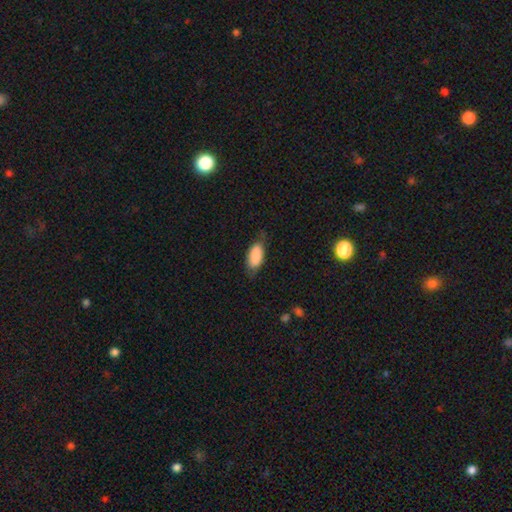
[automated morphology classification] Overall: smooth (86%). How rounded: in between (91%). Merging: none (65%; minor disturbance 26%).